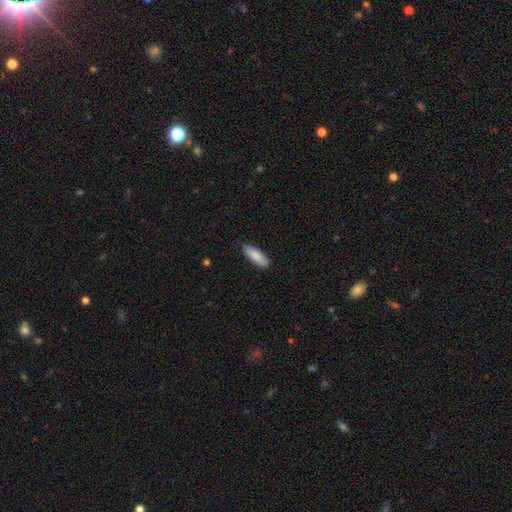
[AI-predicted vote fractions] This is clearly a smooth galaxy (85%). How rounded: possibly in between (60%). Merging: clearly none (86%).